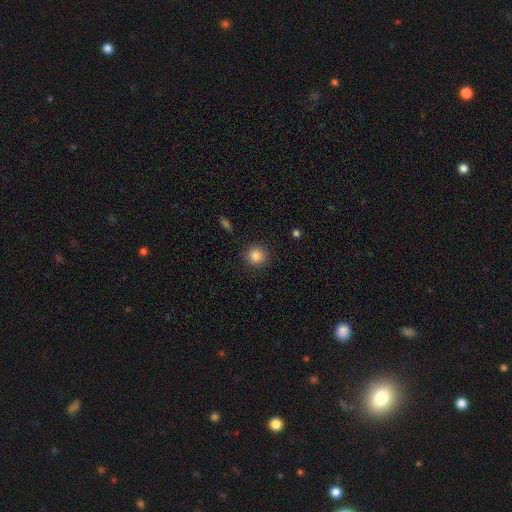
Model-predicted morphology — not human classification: Smooth or featured? smooth (87%)
How rounded? round (89%)
Merging? none (88%)